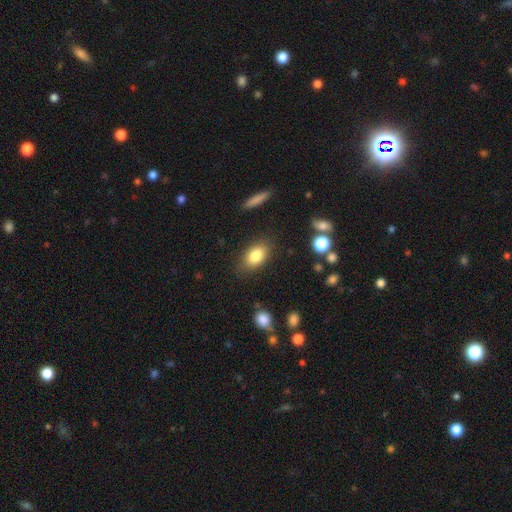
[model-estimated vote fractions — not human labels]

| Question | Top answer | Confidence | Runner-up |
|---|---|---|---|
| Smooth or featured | smooth | 82% | featured or disk (10%) |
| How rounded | in between | 87% | round (10%) |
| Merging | none | 82% | minor disturbance (13%) |